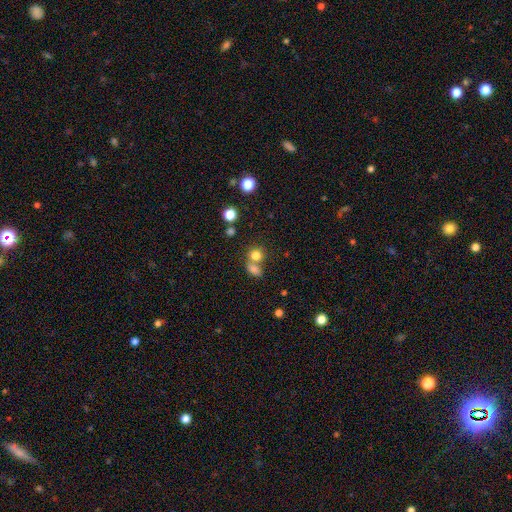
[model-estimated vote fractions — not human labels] A smooth galaxy with no disk features (77%) that is round (73%).

Vote fractions:
- Smooth or featured? smooth: 77% / star or artifact: 14% / featured or disk: 8%
- How rounded? round: 73% / in between: 26% / cigar-shaped: 1%
- Merging? none: 45% / merger: 42% / minor disturbance: 8% / major disturbance: 4%